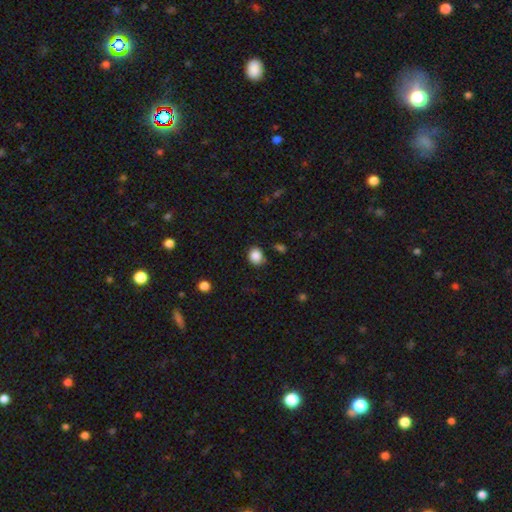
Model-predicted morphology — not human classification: A smooth galaxy with no disk features (87%) that is round (69%). Merging: none (79%).